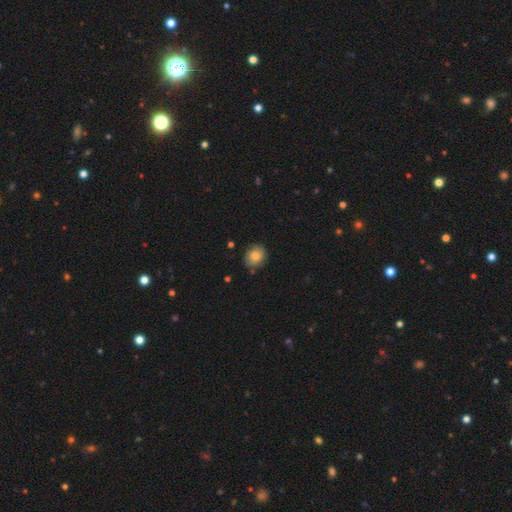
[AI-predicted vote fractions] A smooth galaxy with no disk features (80%) that is round (68%). Merging: none (81%).